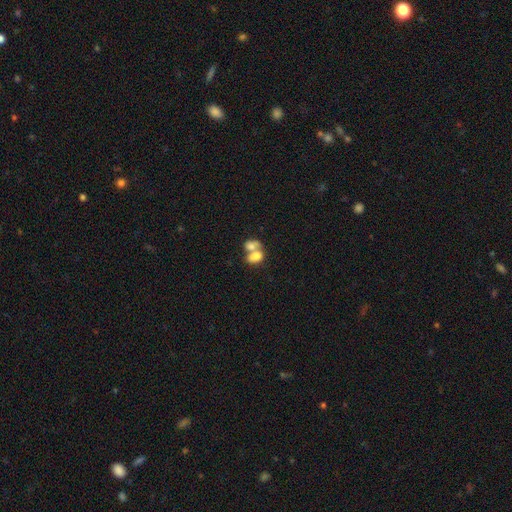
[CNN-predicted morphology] This is likely a smooth galaxy (72%). How rounded: likely in between (75%). Merging: likely merger (72%).